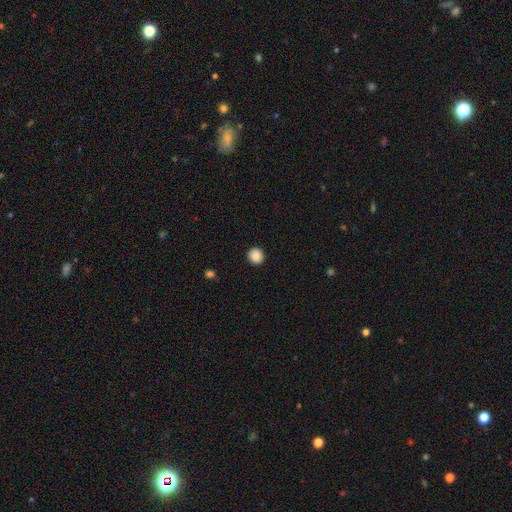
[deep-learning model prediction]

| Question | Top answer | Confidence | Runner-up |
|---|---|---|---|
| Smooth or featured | smooth | 88% | star or artifact (9%) |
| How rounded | round | 91% | in between (8%) |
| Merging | none | 92% | minor disturbance (5%) |